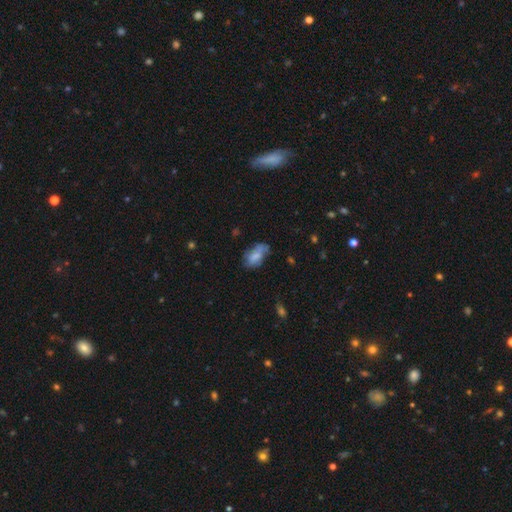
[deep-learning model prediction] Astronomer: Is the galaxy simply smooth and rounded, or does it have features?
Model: smooth — 67%.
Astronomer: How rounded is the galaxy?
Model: in between — 90%.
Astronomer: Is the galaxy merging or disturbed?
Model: none — 48% (runner-up: minor disturbance, 32%).